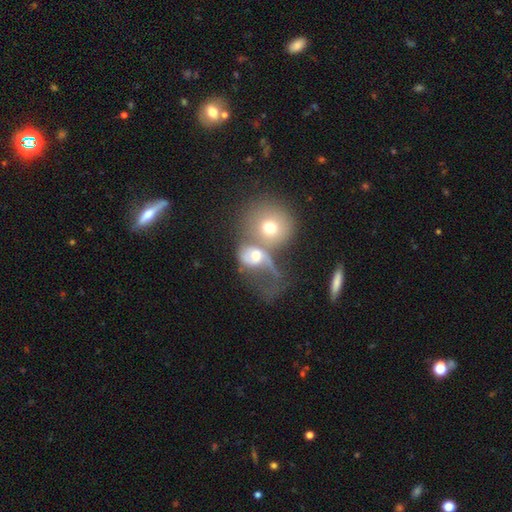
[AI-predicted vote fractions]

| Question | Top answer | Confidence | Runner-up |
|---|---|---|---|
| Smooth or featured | featured or disk | 50% | smooth (41%) |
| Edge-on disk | no | 95% | yes (5%) |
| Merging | merger | 58% | major disturbance (22%) |